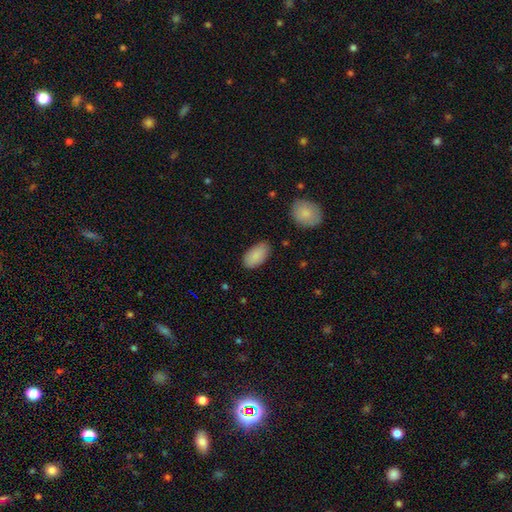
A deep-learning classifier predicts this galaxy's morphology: type=smooth (88%); roundness=in between (95%); merging=none (84%).